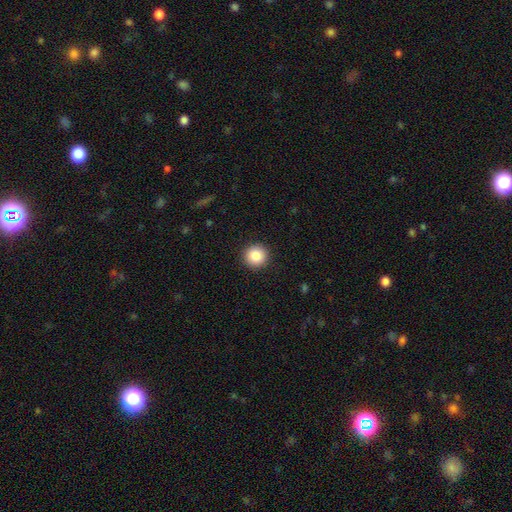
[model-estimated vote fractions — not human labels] smooth 86%, star or artifact 9%, featured or disk 5%. Down the decision tree: how rounded — round (95%); merging — none (92%).